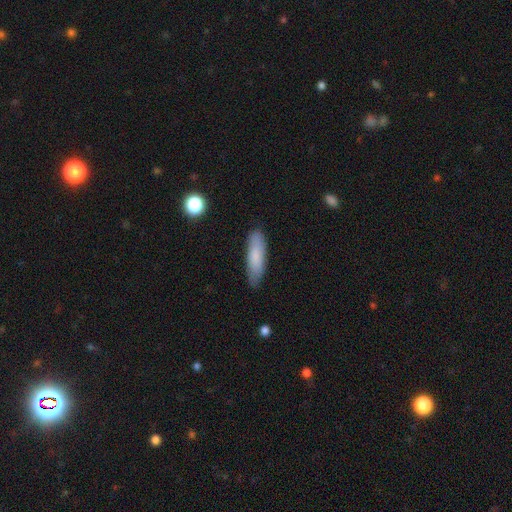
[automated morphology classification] Overall: smooth (82%). How rounded: cigar-shaped (59%; in between 40%). Merging: none (82%).